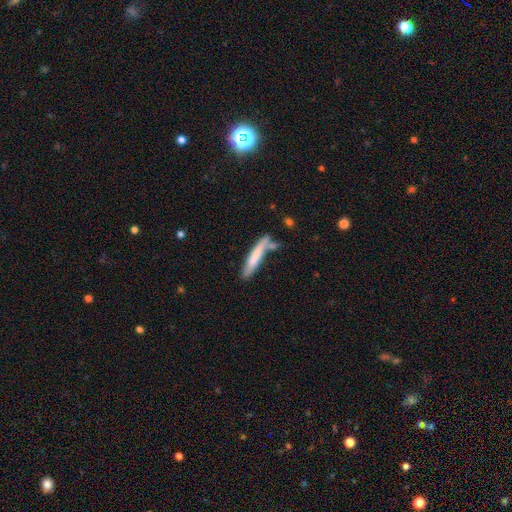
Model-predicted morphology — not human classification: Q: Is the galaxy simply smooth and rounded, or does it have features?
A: smooth — 67%.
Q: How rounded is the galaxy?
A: cigar-shaped — 91%.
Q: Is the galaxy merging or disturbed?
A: none — 59%.